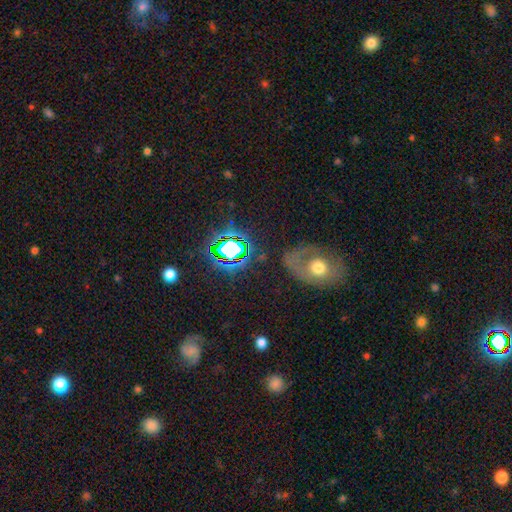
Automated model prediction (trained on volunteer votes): A star or artifact, not a galaxy (37%).

Vote fractions:
- Smooth or featured? star or artifact: 37% / featured or disk: 35% / smooth: 27%